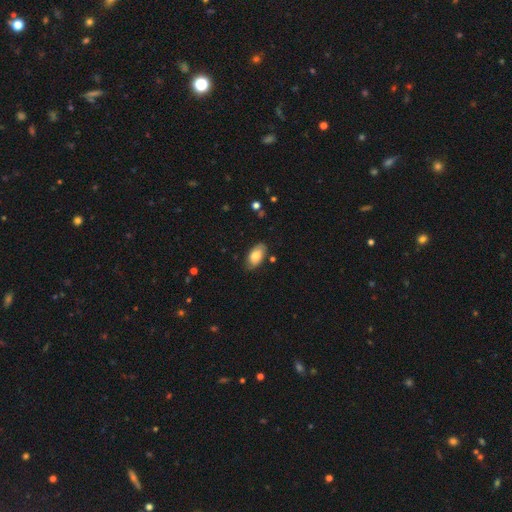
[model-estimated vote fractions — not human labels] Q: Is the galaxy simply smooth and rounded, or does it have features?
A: smooth — 80%.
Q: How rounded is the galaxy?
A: in between — 94%.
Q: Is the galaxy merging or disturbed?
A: none — 80%.